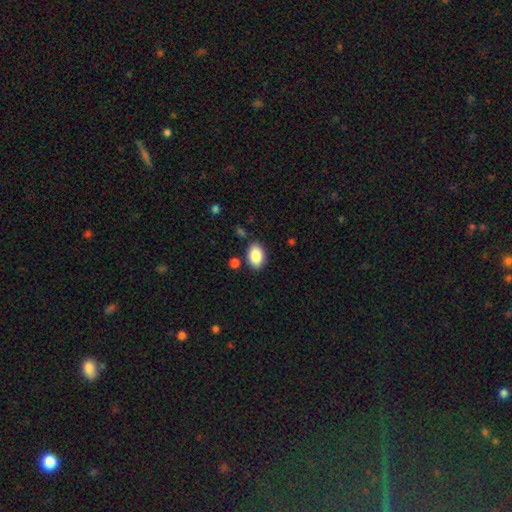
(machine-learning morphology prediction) This appears to be a smooth galaxy with no disk features (87%) that is in between round and cigar-shaped (88%). Merging: none (83%).